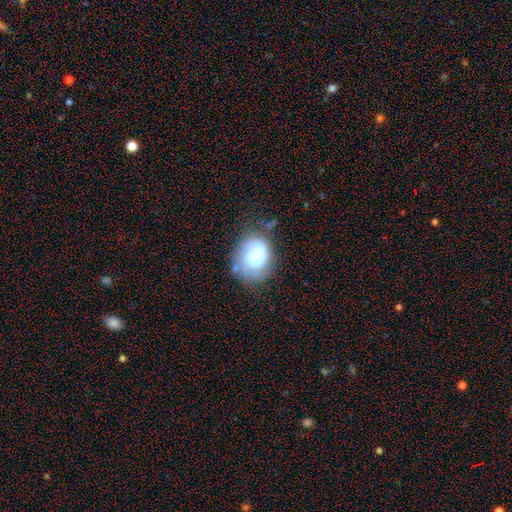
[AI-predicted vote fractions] Morphology: type=smooth (53%); roundness=round (59%); merging=none (54%).